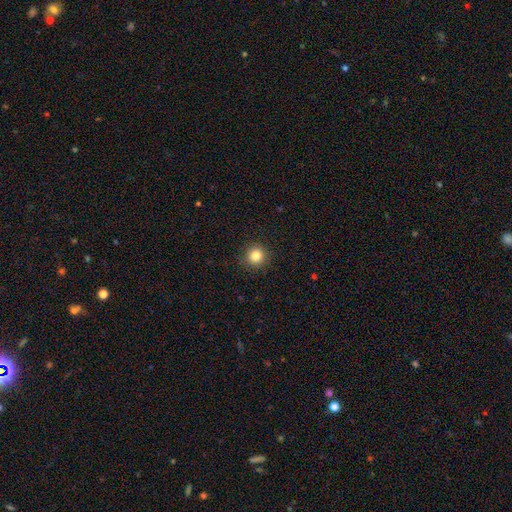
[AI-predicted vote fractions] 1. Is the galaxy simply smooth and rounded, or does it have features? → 83% smooth, 11% star or artifact, 5% featured or disk.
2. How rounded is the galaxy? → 92% round, 7% in between, 1% cigar-shaped.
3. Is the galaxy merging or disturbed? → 91% none, 6% minor disturbance, 2% major disturbance, 1% merger.